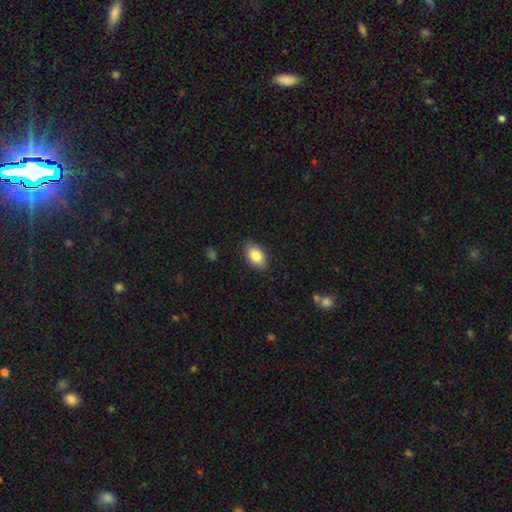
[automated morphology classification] smooth-or-featured: smooth: 85% | featured or disk: 9% | star or artifact: 7%
  how-rounded: in between: 91% | round: 8% | cigar-shaped: 2%
  merging: none: 85% | minor disturbance: 12% | major disturbance: 2% | merger: 1%